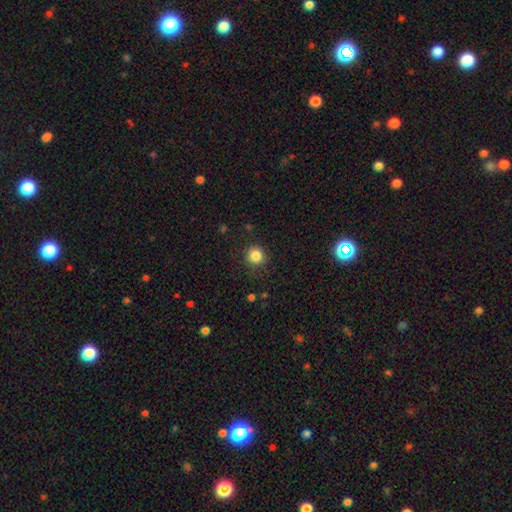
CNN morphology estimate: smooth_or_featured: smooth (p=0.85) [alt: star or artifact p=0.11]
how_rounded: round (p=0.93) [alt: in between p=0.06]
merging: none (p=0.88) [alt: minor disturbance p=0.08]